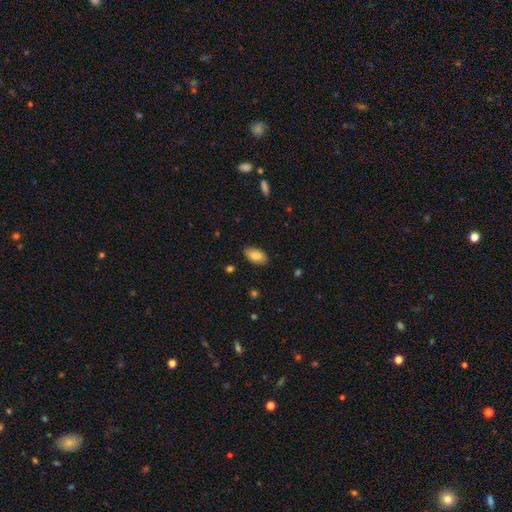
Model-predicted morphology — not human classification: A smooth galaxy with no disk features (83%) that is in between round and cigar-shaped (94%).

Vote fractions:
- Smooth or featured? smooth: 83% / featured or disk: 11% / star or artifact: 7%
- How rounded? in between: 94% / cigar-shaped: 3% / round: 3%
- Merging? none: 86% / minor disturbance: 11% / major disturbance: 2% / merger: 1%